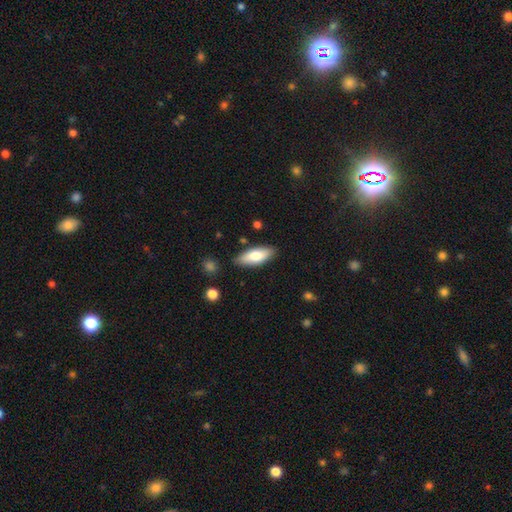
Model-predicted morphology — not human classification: Smooth or featured? smooth (73%)
How rounded? in between (71%)
Merging? none (85%)